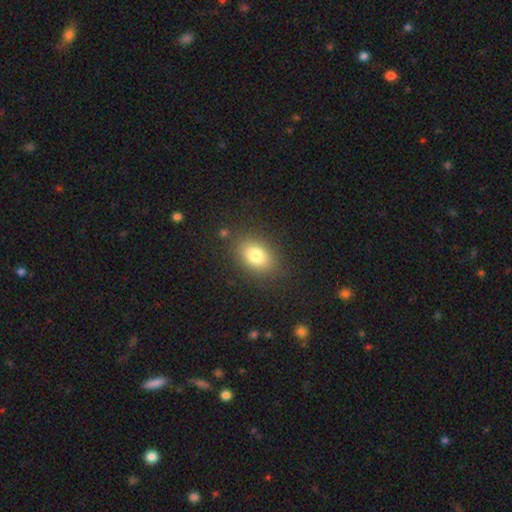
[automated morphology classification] A smooth galaxy with no disk features (80%) that is in between round and cigar-shaped (79%).

Vote fractions:
- Smooth or featured? smooth: 80% / featured or disk: 10% / star or artifact: 10%
- How rounded? in between: 79% / round: 20% / cigar-shaped: 2%
- Merging? none: 84% / minor disturbance: 10% / major disturbance: 4% / merger: 2%